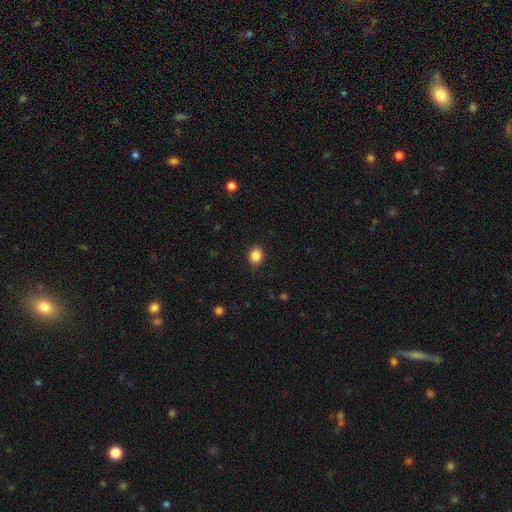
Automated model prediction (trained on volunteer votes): A smooth galaxy with no disk features (86%) that is round (67%). Merging: none (88%).